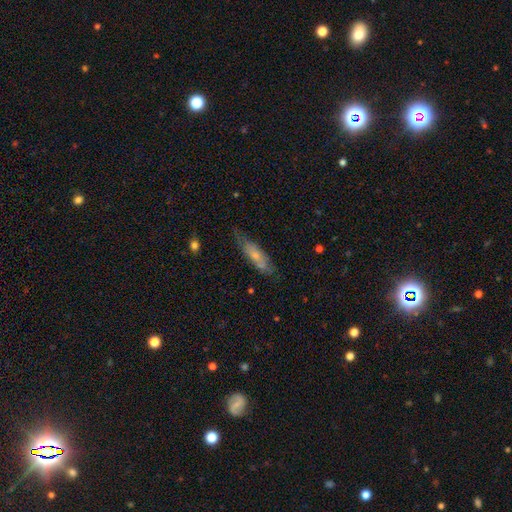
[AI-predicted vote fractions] Overall: smooth (53%; featured or disk 41%). How rounded: cigar-shaped (59%; in between 39%). Merging: none (60%; minor disturbance 29%).